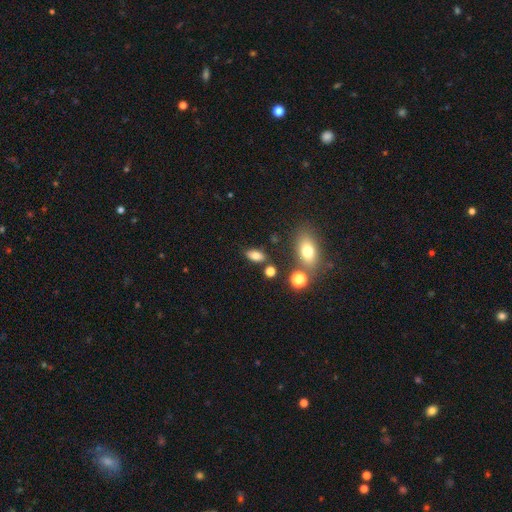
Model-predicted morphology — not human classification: The model was most divided on "smooth or featured": smooth: 78%, star or artifact: 11%, featured or disk: 11%. More confident: how rounded — in between (86%); merging — none (80%).